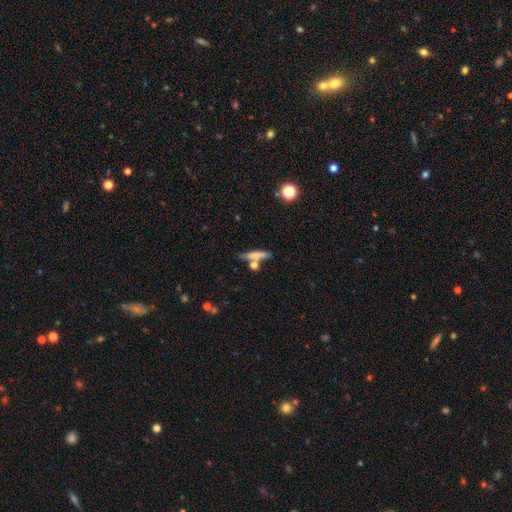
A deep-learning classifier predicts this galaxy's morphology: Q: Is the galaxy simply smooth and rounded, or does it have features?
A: smooth — 59%.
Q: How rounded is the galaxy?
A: cigar-shaped — 85%.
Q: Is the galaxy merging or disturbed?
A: none — 66%.